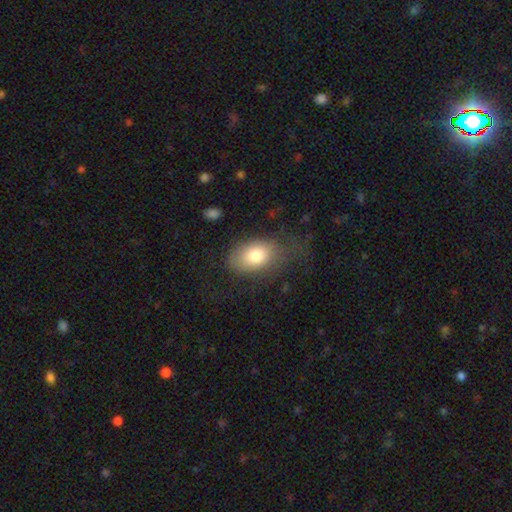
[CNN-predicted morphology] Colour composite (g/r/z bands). It shows a smooth galaxy with no disk features (77%) that is in between round and cigar-shaped (85%). Merging: none (57%).